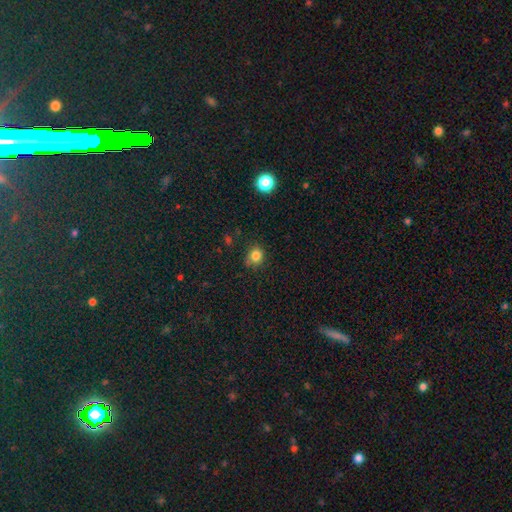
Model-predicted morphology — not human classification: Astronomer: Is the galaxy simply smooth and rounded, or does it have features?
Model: smooth — 82%.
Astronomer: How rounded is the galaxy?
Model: round — 75%.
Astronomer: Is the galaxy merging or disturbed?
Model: none — 75%.